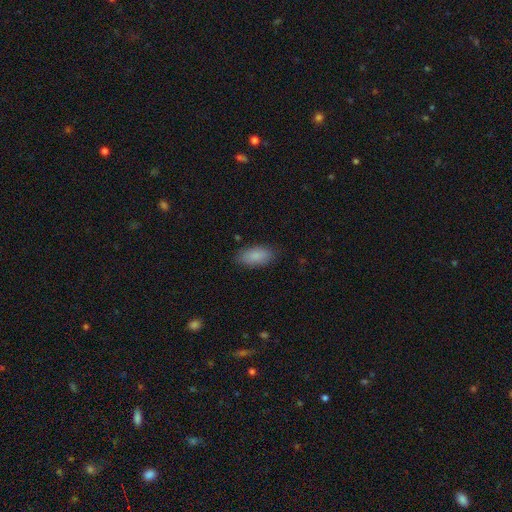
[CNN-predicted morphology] Smooth or featured: smooth — 88% (star or artifact — 6%)
How rounded: in between — 91% (cigar-shaped — 7%)
Merging: none — 83% (minor disturbance — 13%)